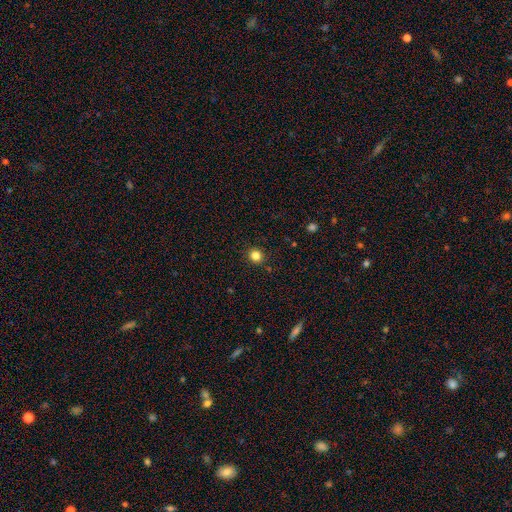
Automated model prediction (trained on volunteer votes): Smooth or featured: smooth — 83% (star or artifact — 13%)
How rounded: round — 89% (in between — 10%)
Merging: none — 91% (minor disturbance — 6%)